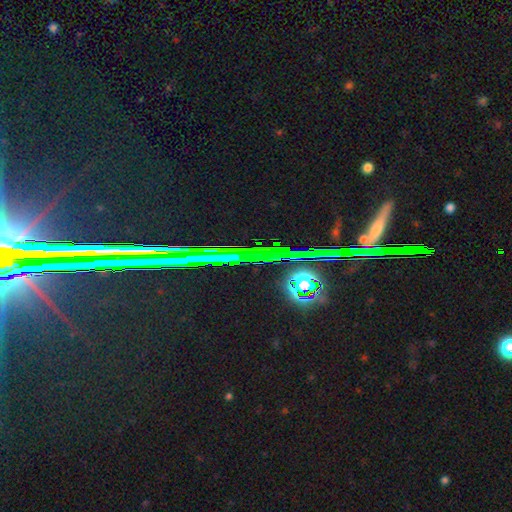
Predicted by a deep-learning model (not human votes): Smooth or featured: star or artifact — 81% (featured or disk — 11%)